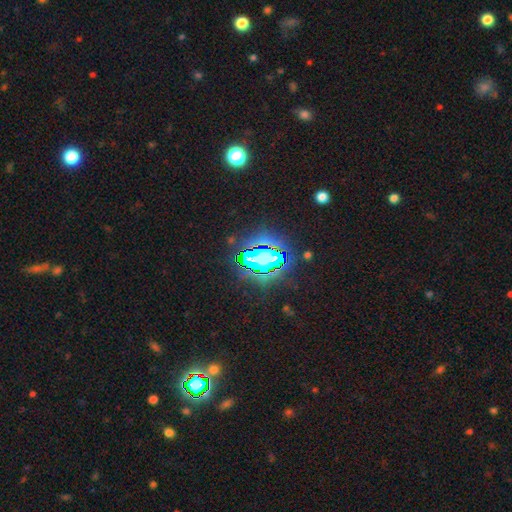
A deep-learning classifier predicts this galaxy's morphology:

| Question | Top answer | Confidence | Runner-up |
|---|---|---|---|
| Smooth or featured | star or artifact | 77% | smooth (13%) |